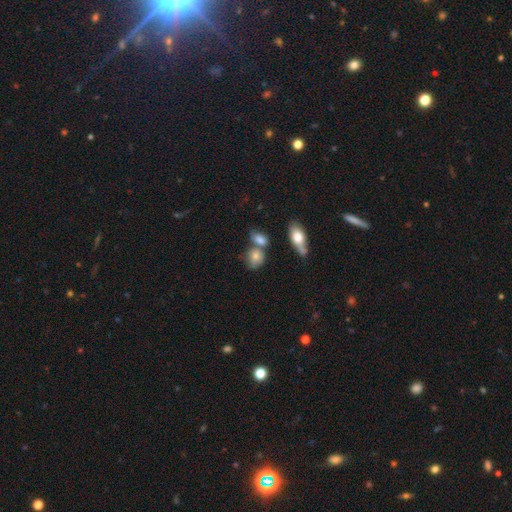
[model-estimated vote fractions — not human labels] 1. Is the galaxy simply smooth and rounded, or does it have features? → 68% smooth, 18% featured or disk, 13% star or artifact.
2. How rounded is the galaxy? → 49% round, 47% in between, 3% cigar-shaped.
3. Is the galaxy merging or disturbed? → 50% none, 26% merger, 17% minor disturbance, 7% major disturbance.